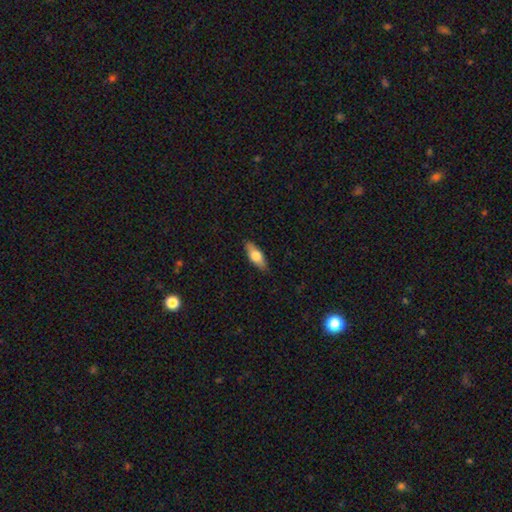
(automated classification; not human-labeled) Smooth or featured? Predicted: smooth (p=0.66). How rounded? Predicted: in between (p=0.70). Merging? Predicted: none (p=0.86).